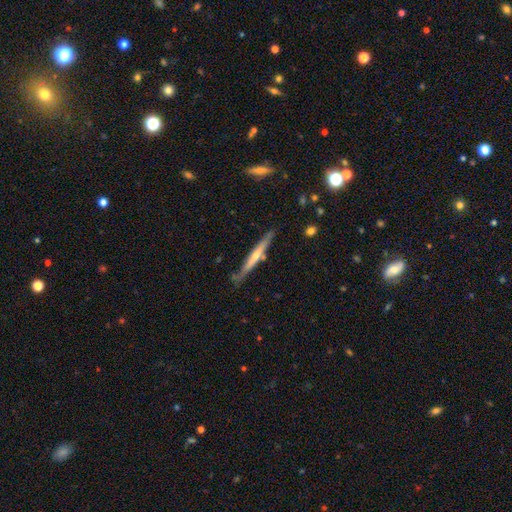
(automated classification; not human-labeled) Smooth or featured? Predicted: featured or disk (p=0.61). Edge-on disk? Predicted: yes (p=0.96). Edge-on bulge? Predicted: rounded (p=0.55). Merging? Predicted: none (p=0.80).